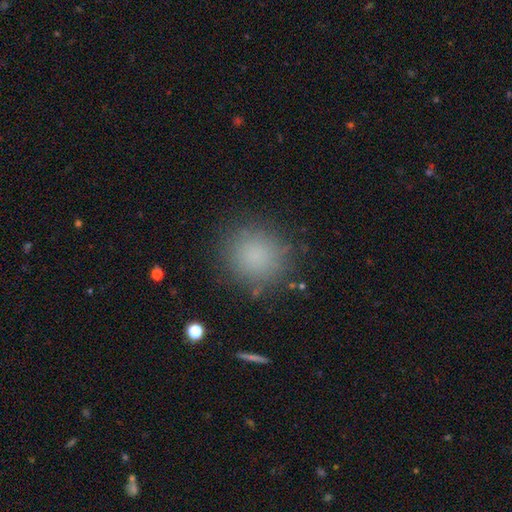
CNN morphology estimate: smooth_or_featured: smooth (p=0.81) [alt: star or artifact p=0.13]
how_rounded: round (p=0.91) [alt: in between p=0.08]
merging: none (p=0.85) [alt: minor disturbance p=0.09]